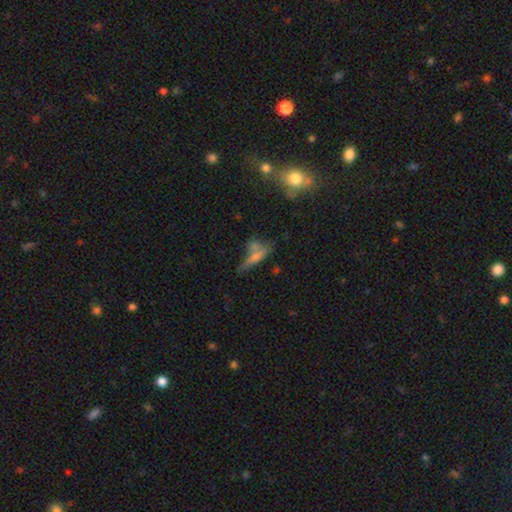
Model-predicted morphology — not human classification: This is marginally a smooth galaxy (43%). Merging: possibly none (46%).